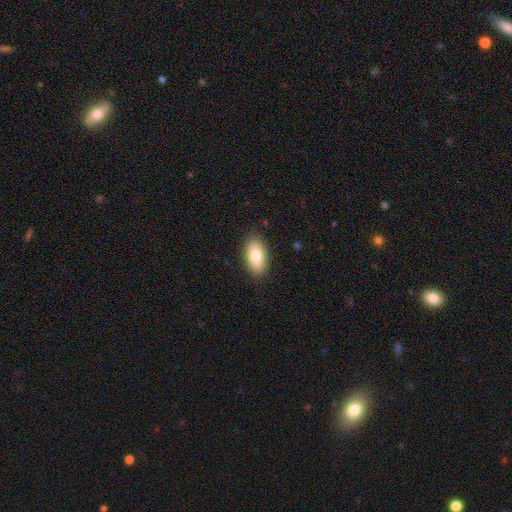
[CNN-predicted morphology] The model was most divided on "smooth or featured": smooth: 82%, featured or disk: 12%, star or artifact: 6%. More confident: how rounded — in between (91%); merging — none (87%).